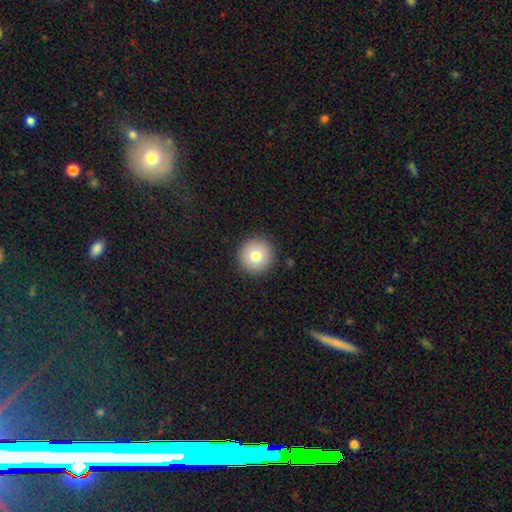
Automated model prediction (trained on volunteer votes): Overall: smooth (76%). How rounded: round (96%). Merging: none (92%).